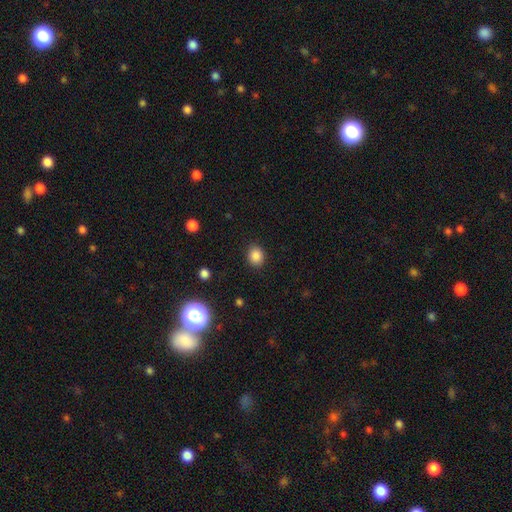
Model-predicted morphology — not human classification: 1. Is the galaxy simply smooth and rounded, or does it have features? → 85% smooth, 11% star or artifact, 4% featured or disk.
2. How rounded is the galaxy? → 62% round, 37% in between, 1% cigar-shaped.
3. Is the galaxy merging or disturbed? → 88% none, 9% minor disturbance, 3% major disturbance, 1% merger.